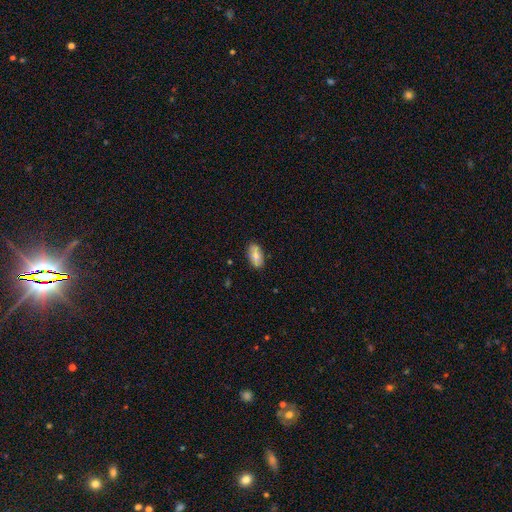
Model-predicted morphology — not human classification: This appears to be a smooth galaxy with no disk features (74%) that is in between round and cigar-shaped (92%). Merging: none (85%).